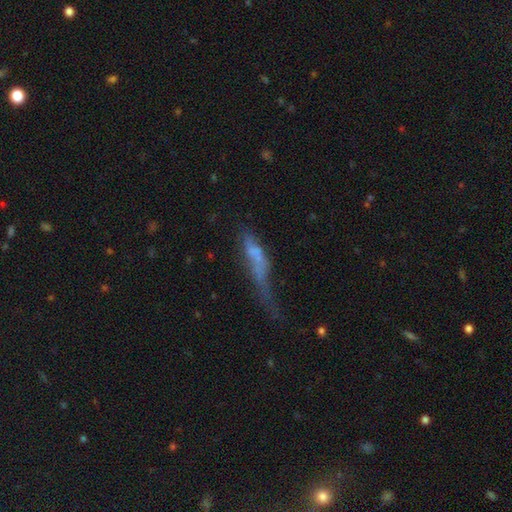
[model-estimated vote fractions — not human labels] Smooth or featured: smooth — 44% (featured or disk — 43%)
Merging: major disturbance — 39% (none — 23%)